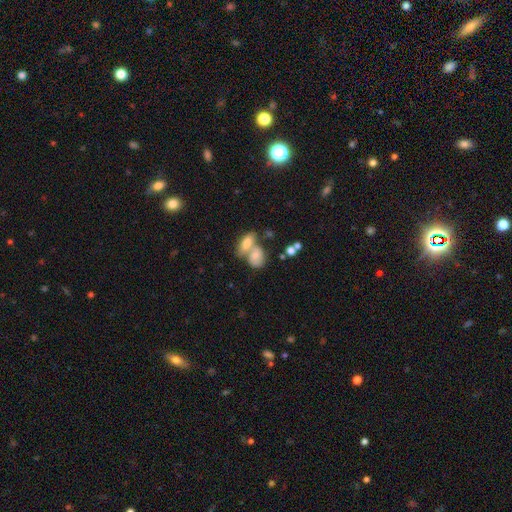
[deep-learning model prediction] A smooth galaxy with no disk features (62%) that is in between round and cigar-shaped (72%). Merging: merger (61%).